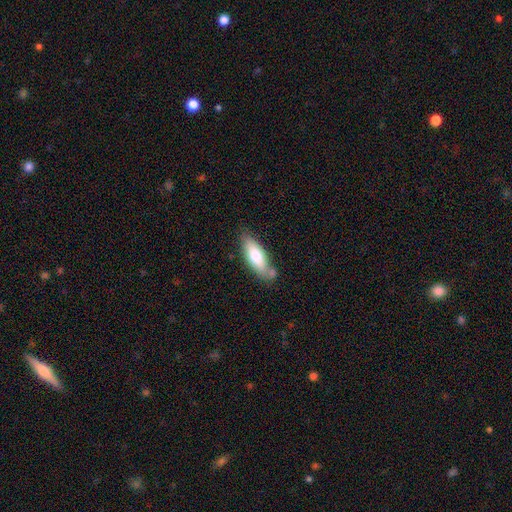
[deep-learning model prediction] Smooth or featured? smooth (71%)
How rounded? in between (59%)
Merging? none (65%)